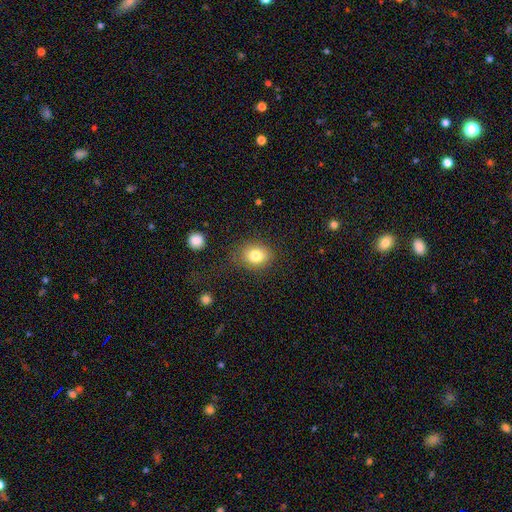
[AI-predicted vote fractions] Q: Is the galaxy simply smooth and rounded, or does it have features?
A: smooth — 82%.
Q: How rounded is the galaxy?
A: round — 58%.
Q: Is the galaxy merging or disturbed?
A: none — 80%.